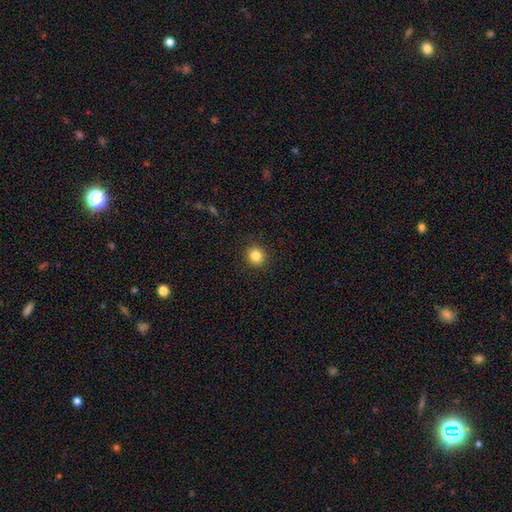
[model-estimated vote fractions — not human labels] A smooth galaxy with no disk features (84%) that is round (92%).

Vote fractions:
- Smooth or featured? smooth: 84% / star or artifact: 11% / featured or disk: 5%
- How rounded? round: 92% / in between: 7% / cigar-shaped: 1%
- Merging? none: 92% / minor disturbance: 5% / major disturbance: 2% / merger: 1%